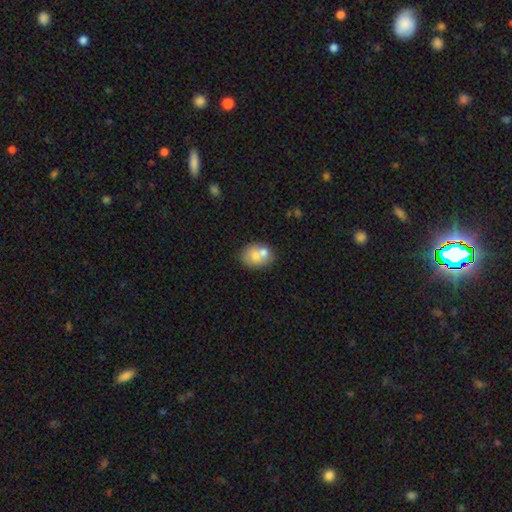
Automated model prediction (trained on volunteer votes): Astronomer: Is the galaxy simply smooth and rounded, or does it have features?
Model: smooth — 69%.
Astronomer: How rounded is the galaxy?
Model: in between — 57% (runner-up: round, 42%).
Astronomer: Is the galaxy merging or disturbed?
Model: none — 47% (runner-up: merger, 36%).